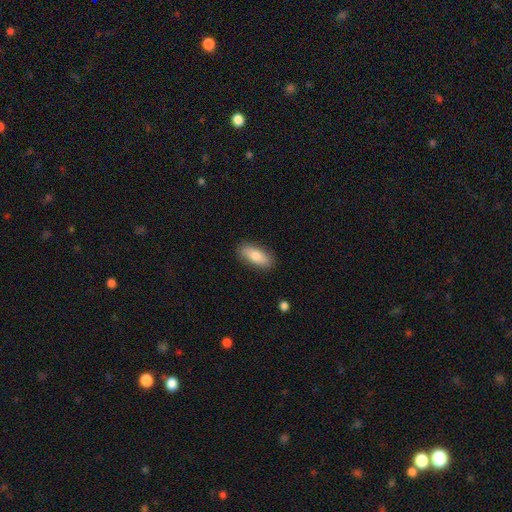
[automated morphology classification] Smooth or featured?
  - smooth: 81% *
  - featured or disk: 13%
  - star or artifact: 6%
How rounded?
  - in between: 80% *
  - cigar-shaped: 18%
  - round: 3%
Merging?
  - none: 88% *
  - minor disturbance: 9%
  - major disturbance: 2%
  - merger: 1%